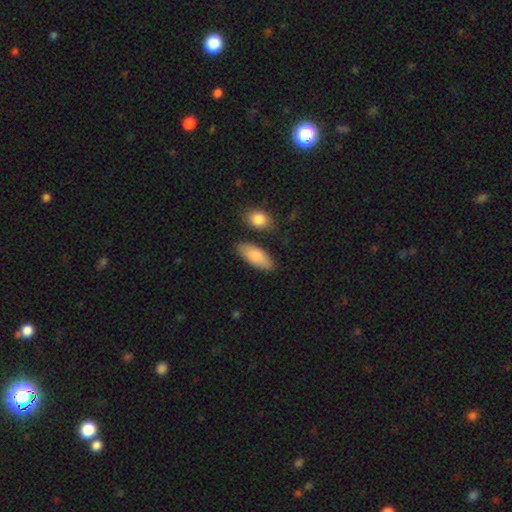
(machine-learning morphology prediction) This appears to be a smooth galaxy with no disk features (84%) that is in between round and cigar-shaped (84%). Merging: none (79%).